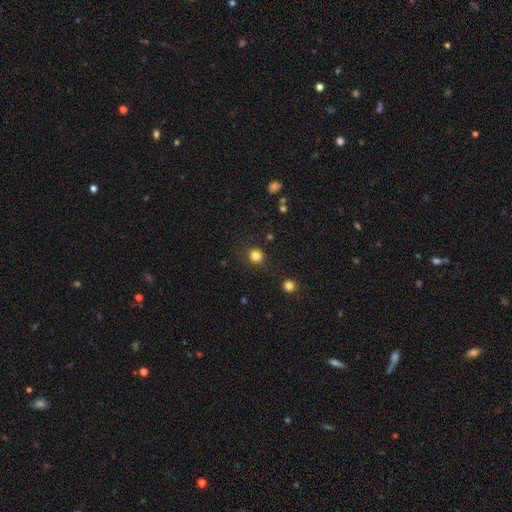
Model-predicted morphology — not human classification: Smooth or featured: smooth — 83% (star or artifact — 13%)
How rounded: round — 89% (in between — 10%)
Merging: none — 89% (minor disturbance — 7%)